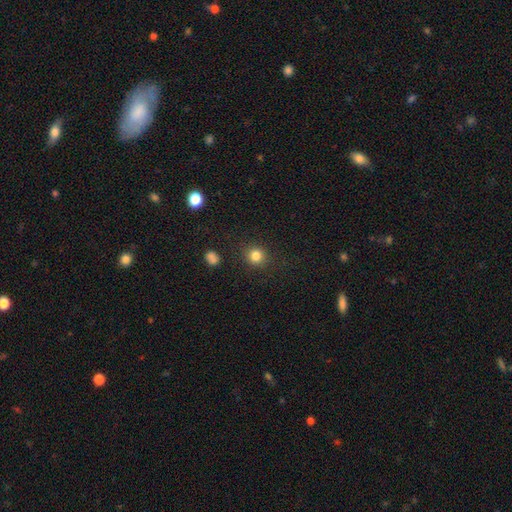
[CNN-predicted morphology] Smooth or featured? smooth (83%)
How rounded? round (90%)
Merging? none (88%)